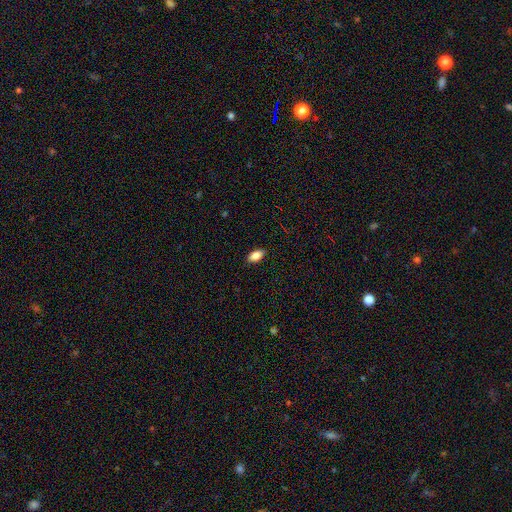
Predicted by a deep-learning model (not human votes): Smooth or featured? Predicted: smooth (p=0.85). How rounded? Predicted: in between (p=0.91). Merging? Predicted: none (p=0.88).